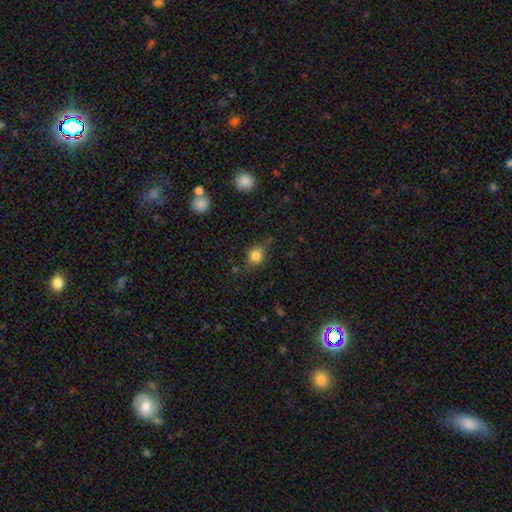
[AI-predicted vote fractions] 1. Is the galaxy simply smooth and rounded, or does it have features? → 81% smooth, 11% star or artifact, 8% featured or disk.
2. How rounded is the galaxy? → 54% round, 44% in between, 2% cigar-shaped.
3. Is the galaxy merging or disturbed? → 63% none, 26% minor disturbance, 8% major disturbance, 3% merger.